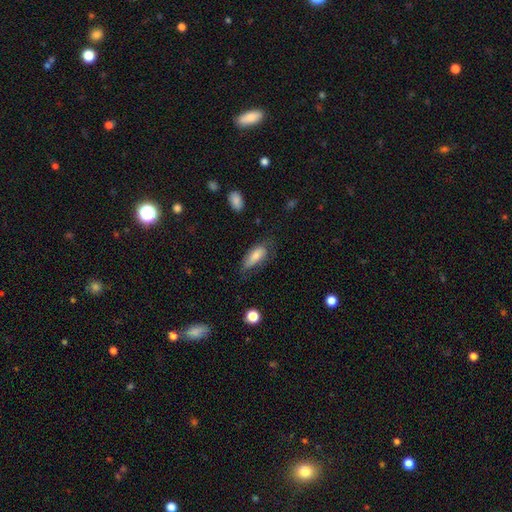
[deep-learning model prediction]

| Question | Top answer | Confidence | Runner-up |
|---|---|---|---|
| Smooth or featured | smooth | 75% | featured or disk (18%) |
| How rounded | in between | 81% | cigar-shaped (17%) |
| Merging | none | 51% | minor disturbance (32%) |